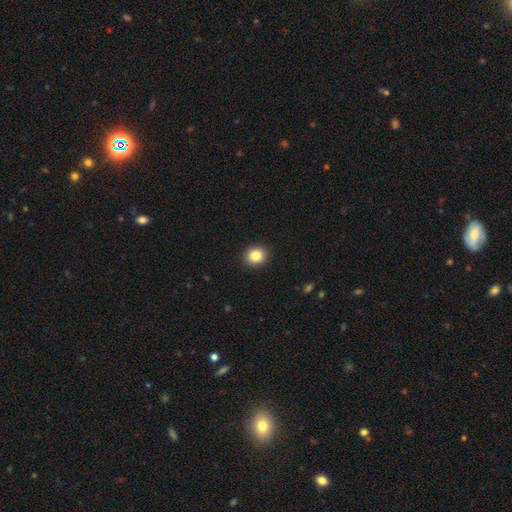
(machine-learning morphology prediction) type=smooth (85%); roundness=round (73%); merging=none (92%).